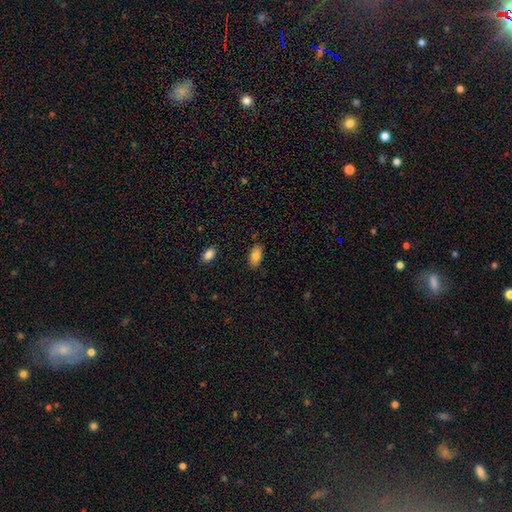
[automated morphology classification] A smooth galaxy with no disk features (83%) that is in between round and cigar-shaped (93%). Merging: none (84%).